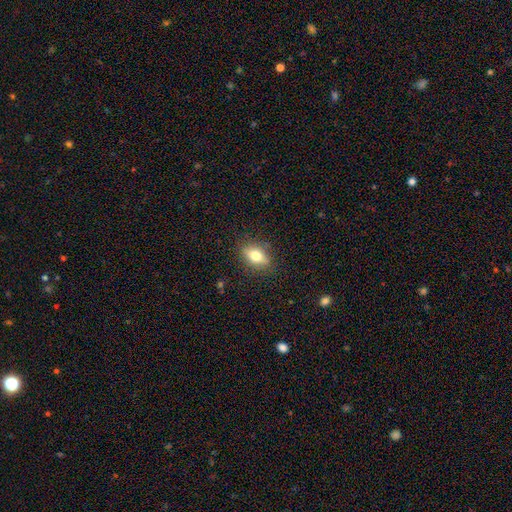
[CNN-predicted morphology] type=smooth (68%); roundness=in between (78%); merging=none (85%).